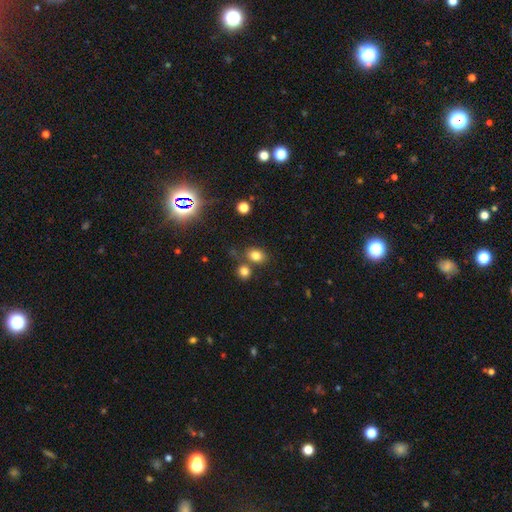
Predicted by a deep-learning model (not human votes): Morphology: type=smooth (80%); roundness=in between (60%); merging=none (65%).